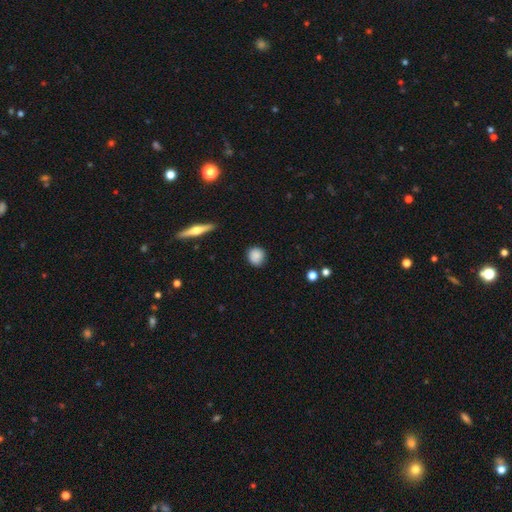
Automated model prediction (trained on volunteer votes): Overall: smooth (85%). How rounded: round (84%). Merging: none (85%).